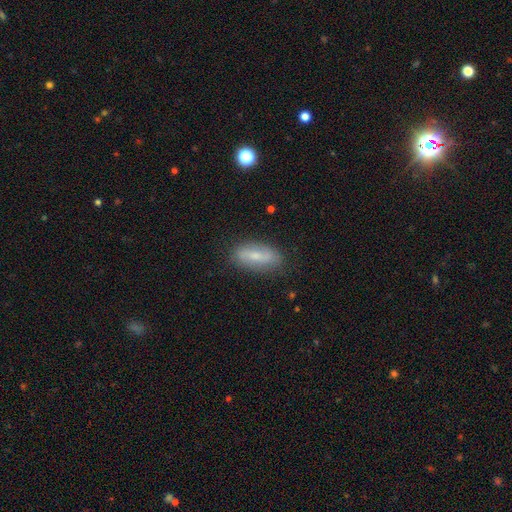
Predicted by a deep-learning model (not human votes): The model was most divided on "smooth or featured": smooth: 50%, featured or disk: 41%, star or artifact: 9%. More confident: merging — none (82%); how rounded — in between (71%).